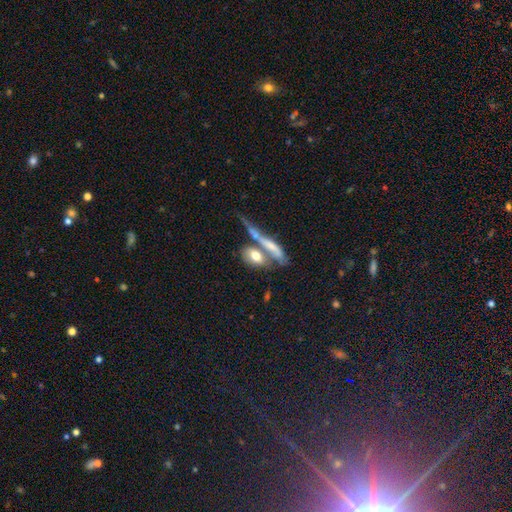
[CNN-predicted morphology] Smooth or featured?
  - smooth: 66% *
  - featured or disk: 26%
  - star or artifact: 8%
How rounded?
  - in between: 73% *
  - cigar-shaped: 19%
  - round: 9%
Merging?
  - merger: 46% *
  - none: 32%
  - minor disturbance: 12%
  - major disturbance: 9%